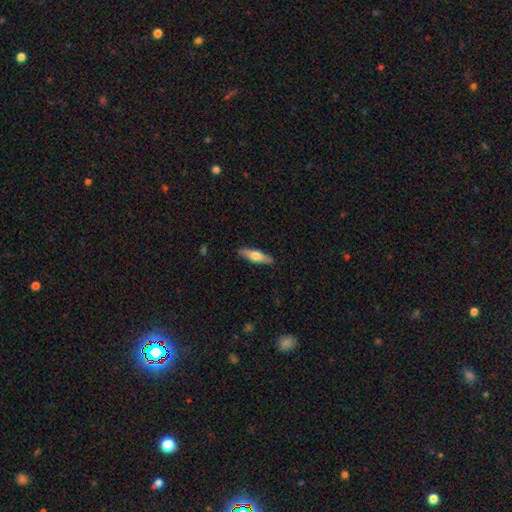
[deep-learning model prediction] Smooth or featured? Predicted: smooth (p=0.63). How rounded? Predicted: cigar-shaped (p=0.64). Merging? Predicted: none (p=0.89).